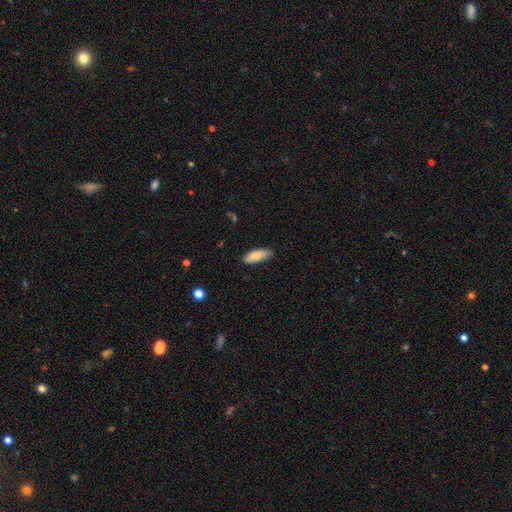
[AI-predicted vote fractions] The model was most divided on "how rounded": in between: 71%, cigar-shaped: 28%, round: 2%. More confident: smooth or featured — smooth (86%); merging — none (74%).